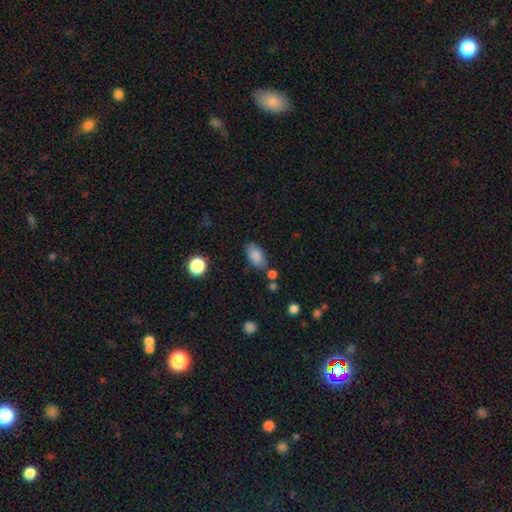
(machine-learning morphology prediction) smooth 86%, star or artifact 8%, featured or disk 6%. Down the decision tree: how rounded — in between (92%); merging — none (71%).